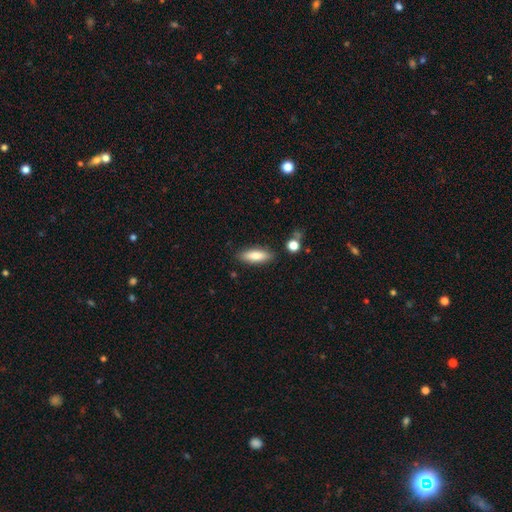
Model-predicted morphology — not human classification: Overall: smooth (80%). How rounded: in between (61%; cigar-shaped 37%). Merging: none (84%).